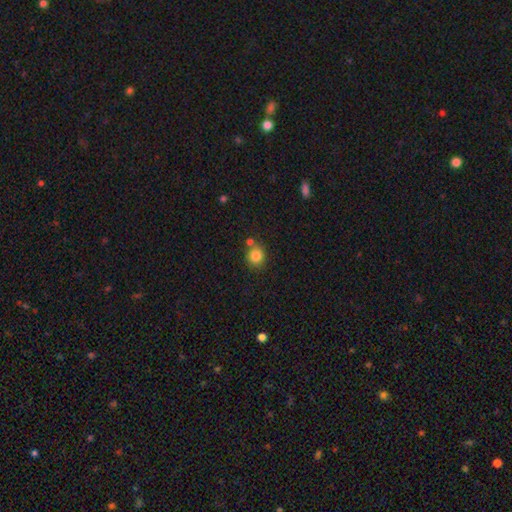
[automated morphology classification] smooth_or_featured: smooth (p=0.83) [alt: star or artifact p=0.11]
how_rounded: round (p=0.86) [alt: in between p=0.13]
merging: none (p=0.71) [alt: merger p=0.16]